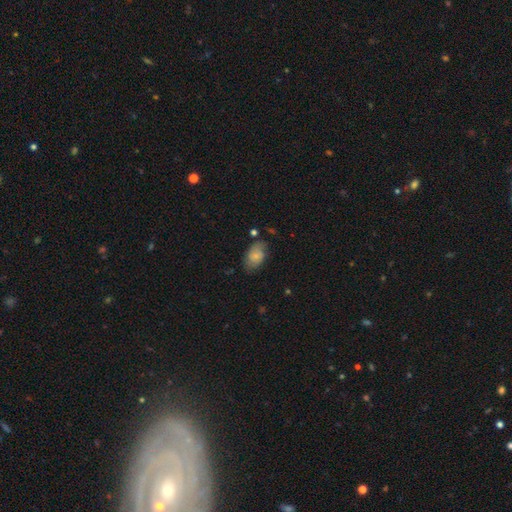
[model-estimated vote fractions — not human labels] Smooth or featured? smooth (67%)
How rounded? in between (90%)
Merging? none (64%)